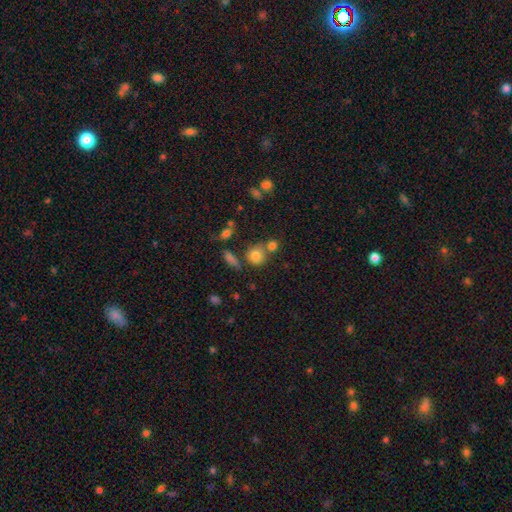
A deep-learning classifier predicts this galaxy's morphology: Smooth or featured?
  - smooth: 79% *
  - star or artifact: 12%
  - featured or disk: 9%
How rounded?
  - round: 82% *
  - in between: 16%
  - cigar-shaped: 2%
Merging?
  - none: 57% *
  - merger: 27%
  - minor disturbance: 11%
  - major disturbance: 5%